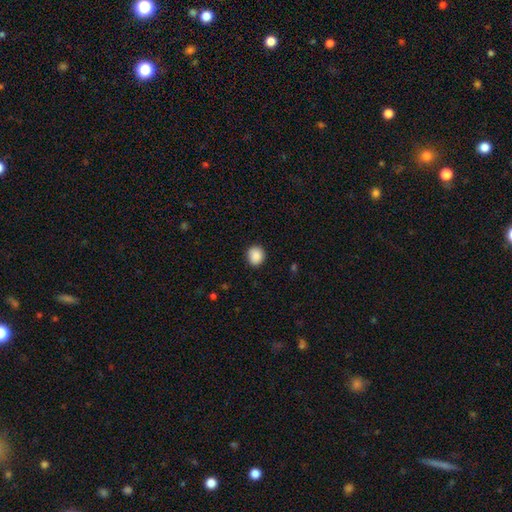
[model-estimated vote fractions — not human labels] A smooth galaxy with no disk features (89%) that is round (79%). Merging: none (90%).